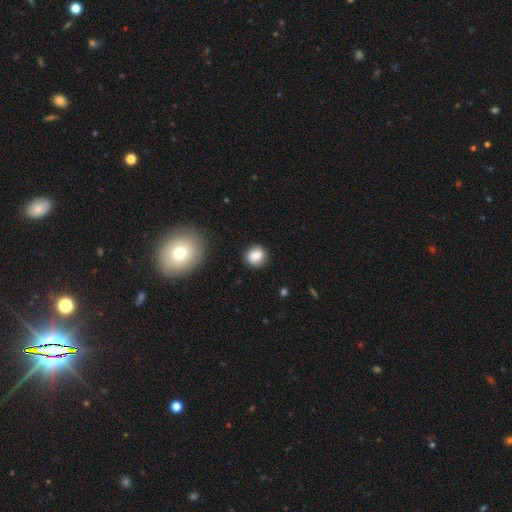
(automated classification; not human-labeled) Smooth or featured? Predicted: smooth (p=0.79). How rounded? Predicted: round (p=0.82). Merging? Predicted: none (p=0.85).